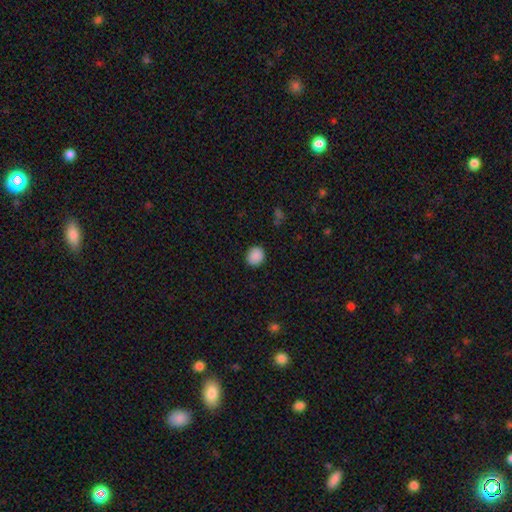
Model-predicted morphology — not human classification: Smooth or featured?
  - smooth: 89% *
  - star or artifact: 9%
  - featured or disk: 3%
How rounded?
  - round: 76% *
  - in between: 23%
  - cigar-shaped: 1%
Merging?
  - none: 88% *
  - minor disturbance: 8%
  - major disturbance: 2%
  - merger: 1%